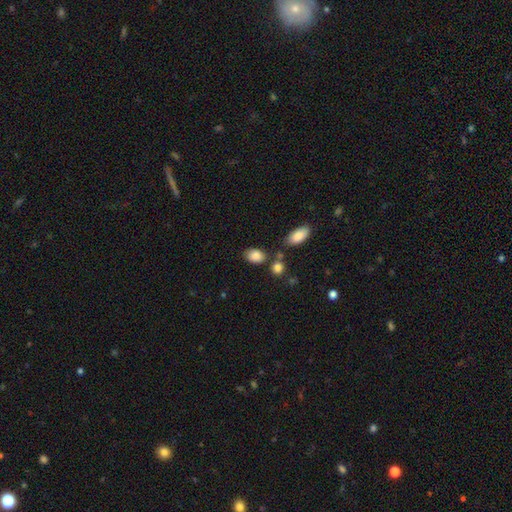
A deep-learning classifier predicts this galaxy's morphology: smooth_or_featured: smooth (p=0.87) [alt: star or artifact p=0.08]
how_rounded: in between (p=0.78) [alt: round p=0.20]
merging: none (p=0.69) [alt: minor disturbance p=0.16]